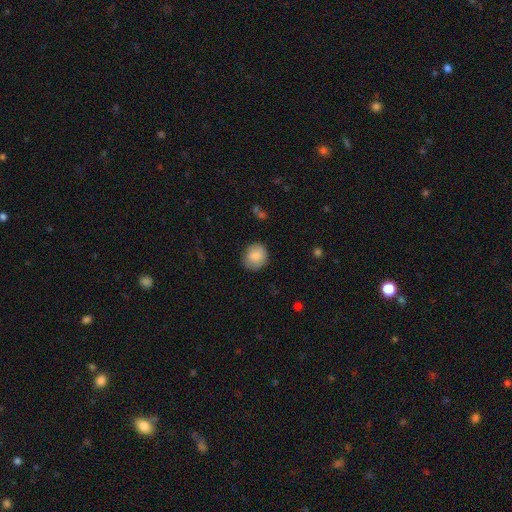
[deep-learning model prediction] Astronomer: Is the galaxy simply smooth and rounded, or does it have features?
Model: smooth — 85%.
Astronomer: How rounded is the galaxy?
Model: round — 81%.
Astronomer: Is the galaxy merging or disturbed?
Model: none — 84%.